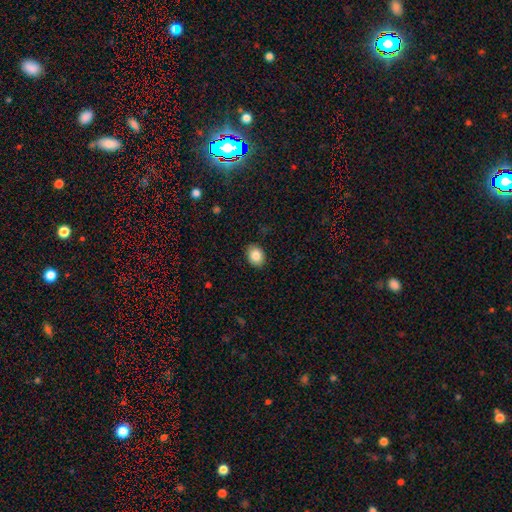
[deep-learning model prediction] This is clearly a smooth galaxy (86%). How rounded: likely in between (65%). Merging: clearly none (88%).